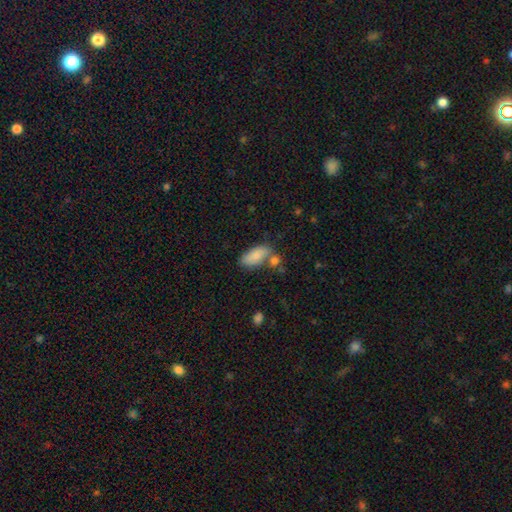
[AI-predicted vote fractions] This is clearly a smooth galaxy (84%). How rounded: clearly in between (87%). Merging: possibly none (56%).